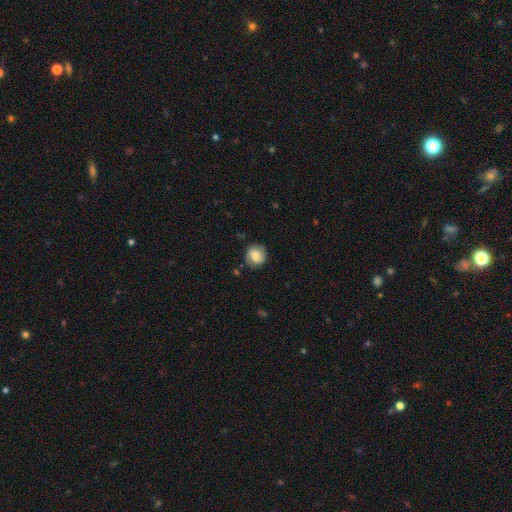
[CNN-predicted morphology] smooth_or_featured: smooth (p=0.57) [alt: featured or disk p=0.34]
how_rounded: round (p=0.85) [alt: in between p=0.14]
merging: none (p=0.79) [alt: minor disturbance p=0.15]